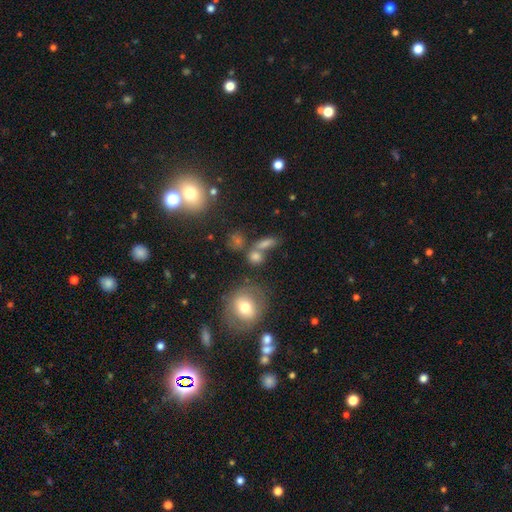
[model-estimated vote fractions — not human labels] The model was most divided on "how rounded": in between: 47%, round: 44%, cigar-shaped: 10%. More confident: smooth or featured — smooth (65%); merging — none (52%).